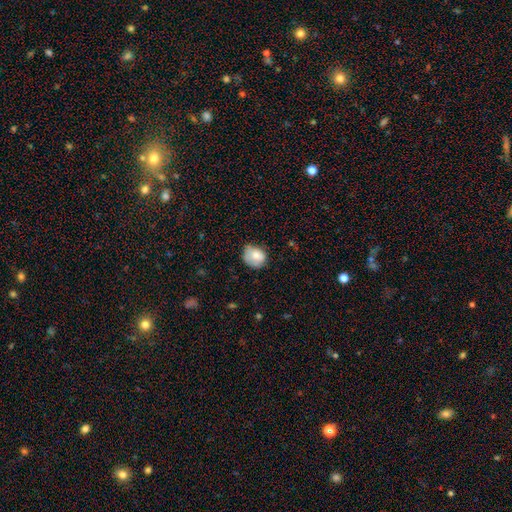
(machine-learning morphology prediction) type=smooth (79%); roundness=round (65%); merging=none (55%).